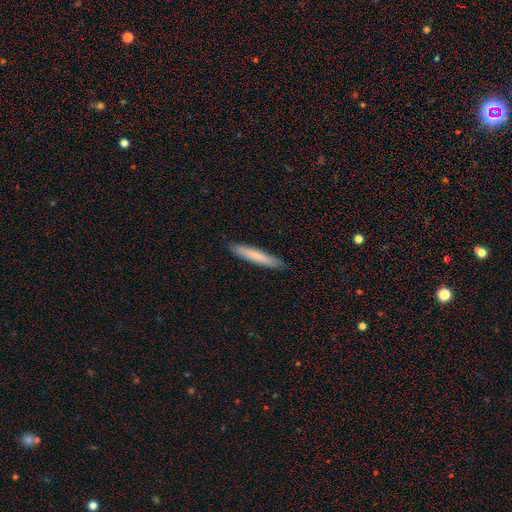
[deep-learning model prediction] This appears to be a smooth galaxy with no disk features (76%) that is cigar-shaped (94%). Merging: none (90%).